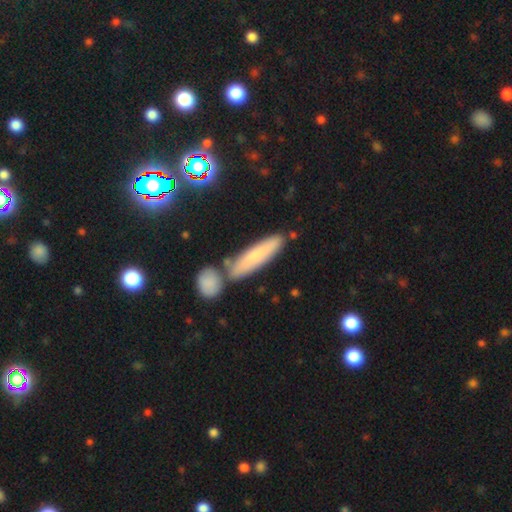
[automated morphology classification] This is likely a smooth galaxy (72%). How rounded: likely cigar-shaped (76%). Merging: likely none (70%).